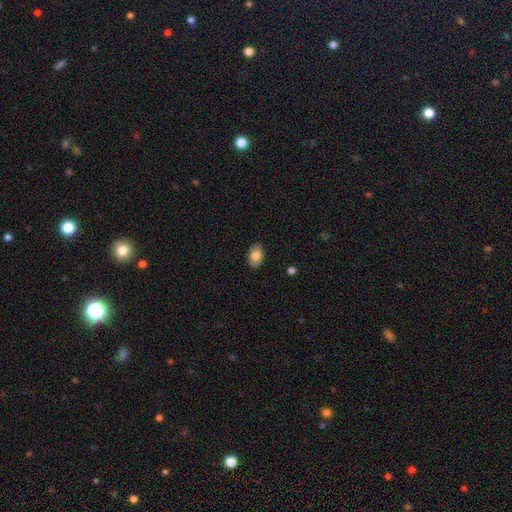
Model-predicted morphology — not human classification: smooth_or_featured: smooth (p=0.79) [alt: featured or disk p=0.14]
how_rounded: in between (p=0.90) [alt: round p=0.09]
merging: none (p=0.88) [alt: minor disturbance p=0.09]